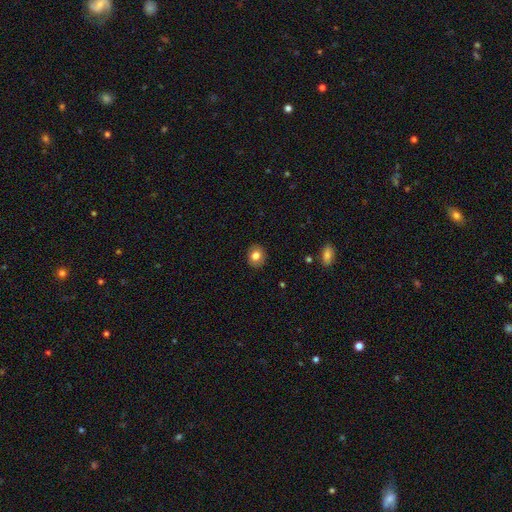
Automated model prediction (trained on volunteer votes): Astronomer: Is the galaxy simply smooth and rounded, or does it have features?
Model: smooth — 80%.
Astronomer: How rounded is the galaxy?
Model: round — 65%.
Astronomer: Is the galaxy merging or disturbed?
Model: none — 89%.